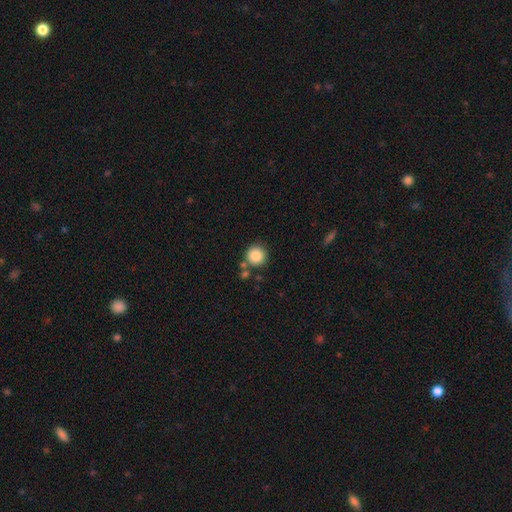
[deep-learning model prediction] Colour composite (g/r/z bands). It shows a smooth galaxy with no disk features (86%) that is round (94%). Merging: none (75%).